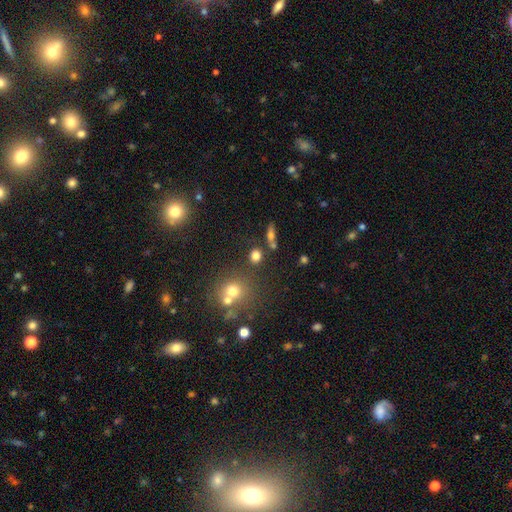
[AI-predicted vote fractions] This appears to be a smooth galaxy with no disk features (72%) that is round (69%). Merging: none (67%).